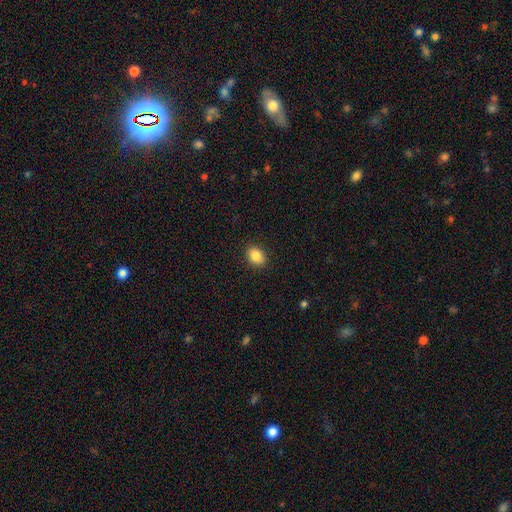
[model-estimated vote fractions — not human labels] smooth_or_featured: smooth (p=0.84) [alt: star or artifact p=0.09]
how_rounded: in between (p=0.65) [alt: round p=0.34]
merging: none (p=0.90) [alt: minor disturbance p=0.07]